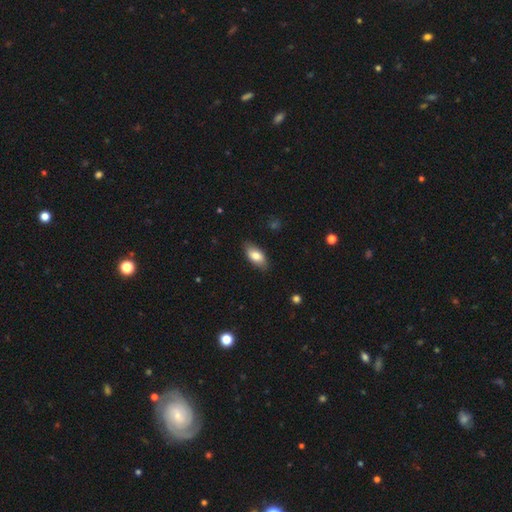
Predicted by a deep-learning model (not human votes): Smooth or featured? Predicted: smooth (p=0.80). How rounded? Predicted: in between (p=0.89). Merging? Predicted: none (p=0.84).